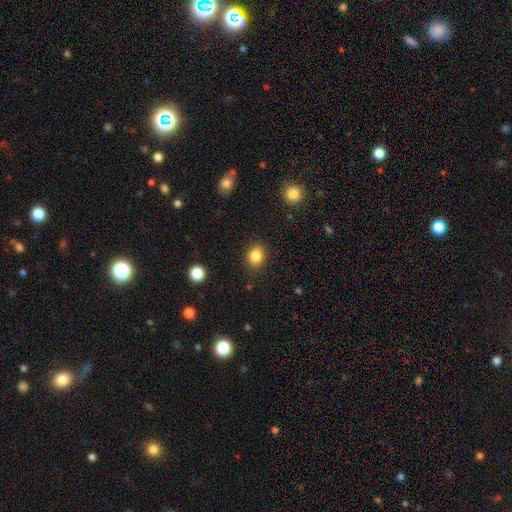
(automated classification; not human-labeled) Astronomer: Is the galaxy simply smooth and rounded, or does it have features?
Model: smooth — 85%.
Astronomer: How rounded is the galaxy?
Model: in between — 51% (runner-up: round, 48%).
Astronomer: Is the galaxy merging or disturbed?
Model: none — 86%.